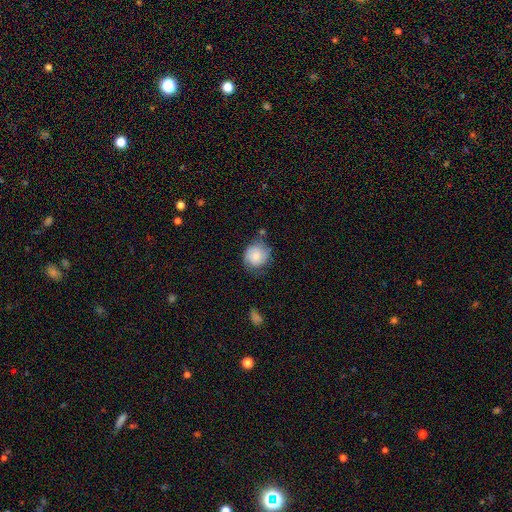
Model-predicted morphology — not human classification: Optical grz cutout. It shows a smooth galaxy with no disk features (77%) that is round (83%). Merging: none (62%).